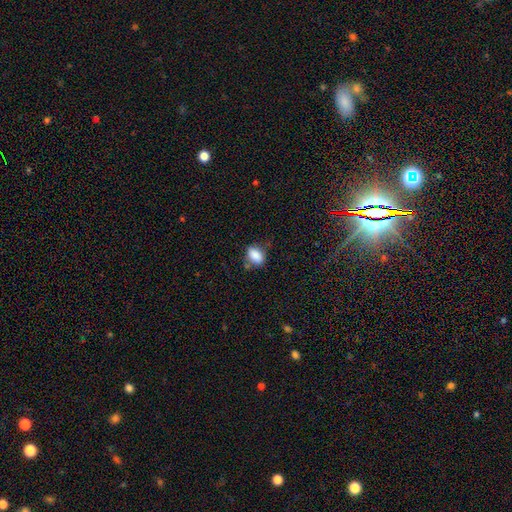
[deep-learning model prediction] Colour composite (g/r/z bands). It shows a smooth galaxy with no disk features (86%) that is in between round and cigar-shaped (80%). Merging: none (64%).